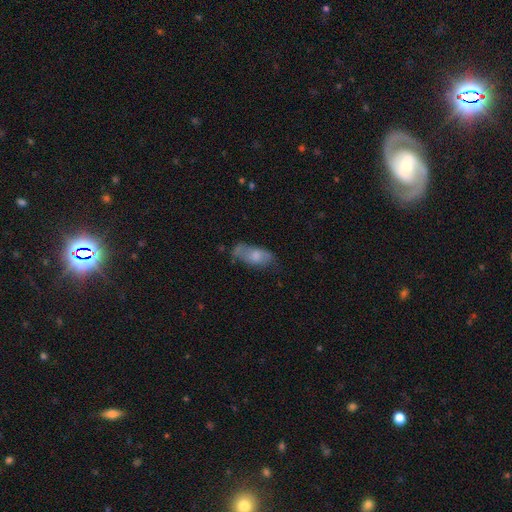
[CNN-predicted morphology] smooth-or-featured: smooth: 69% | featured or disk: 24% | star or artifact: 7%
  how-rounded: in between: 84% | cigar-shaped: 13% | round: 3%
  merging: none: 46% | minor disturbance: 32% | major disturbance: 16% | merger: 5%